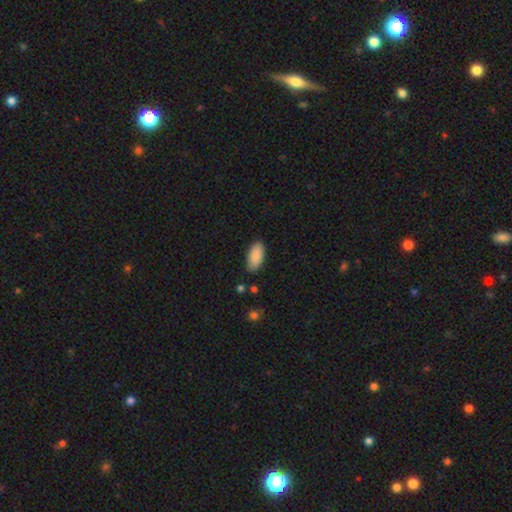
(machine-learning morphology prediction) A smooth galaxy with no disk features (89%) that is in between round and cigar-shaped (92%).

Vote fractions:
- Smooth or featured? smooth: 89% / star or artifact: 6% / featured or disk: 5%
- How rounded? in between: 92% / cigar-shaped: 6% / round: 2%
- Merging? none: 85% / minor disturbance: 11% / major disturbance: 2% / merger: 1%